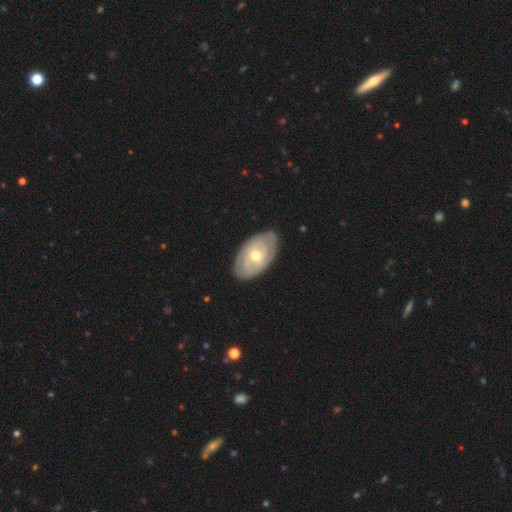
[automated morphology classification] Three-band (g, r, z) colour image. It shows a featured or disk galaxy (66%) with no bar (76%), spiral arms (68%) and a moderate central bulge (71%). Merging: none (80%).